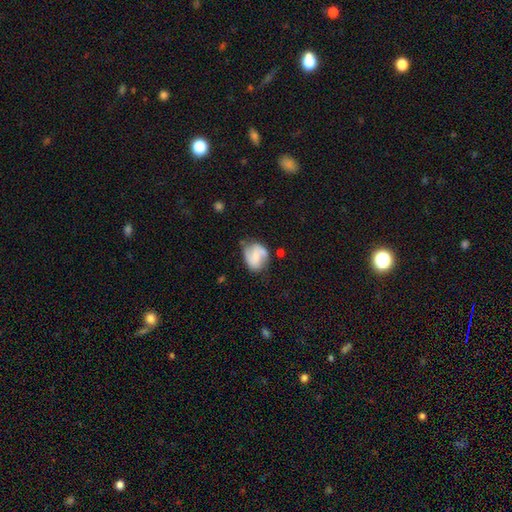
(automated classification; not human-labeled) Smooth or featured? Predicted: featured or disk (p=0.54). Edge-on disk? Predicted: no (p=0.97). Bar? Predicted: no (p=0.47). Spiral arms? Predicted: yes (p=0.83). Bulge size? Predicted: small (p=0.41). Merging? Predicted: none (p=0.53).